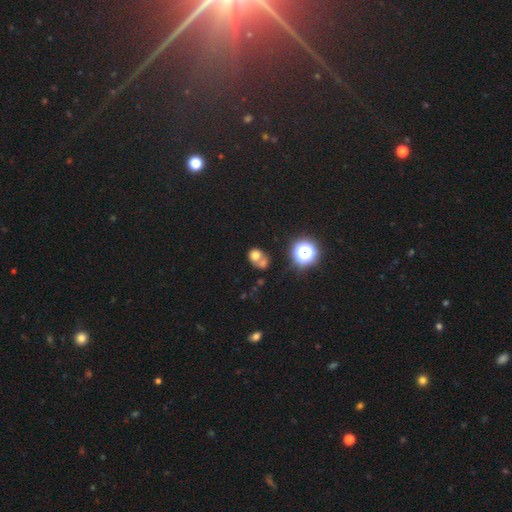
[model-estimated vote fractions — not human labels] This appears to be a smooth galaxy with no disk features (67%) that is round (69%). Merging: merger (52%).